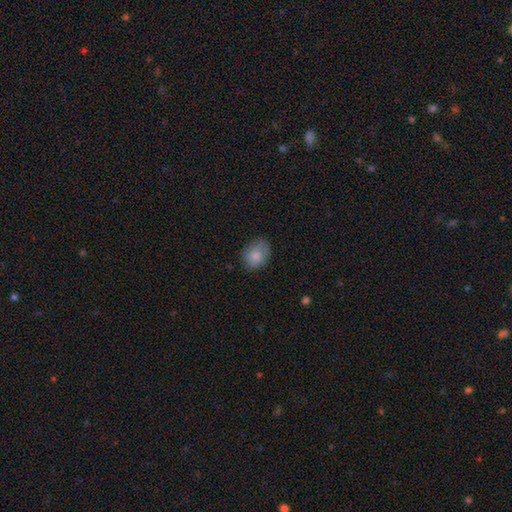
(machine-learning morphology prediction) smooth_or_featured: smooth (p=0.82) [alt: featured or disk p=0.10]
how_rounded: in between (p=0.60) [alt: round p=0.39]
merging: none (p=0.73) [alt: minor disturbance p=0.21]